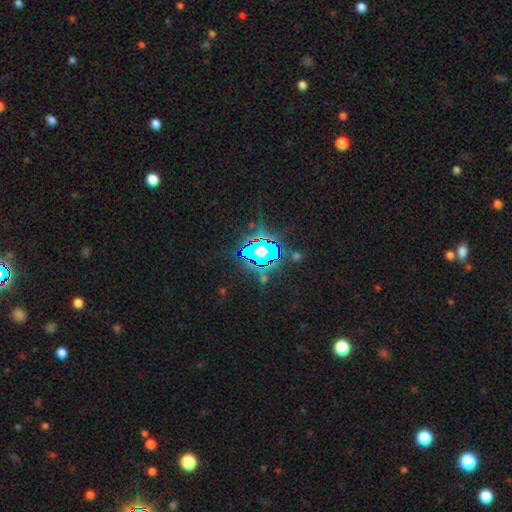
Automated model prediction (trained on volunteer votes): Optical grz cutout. It shows a star or artifact, not a galaxy (68%).